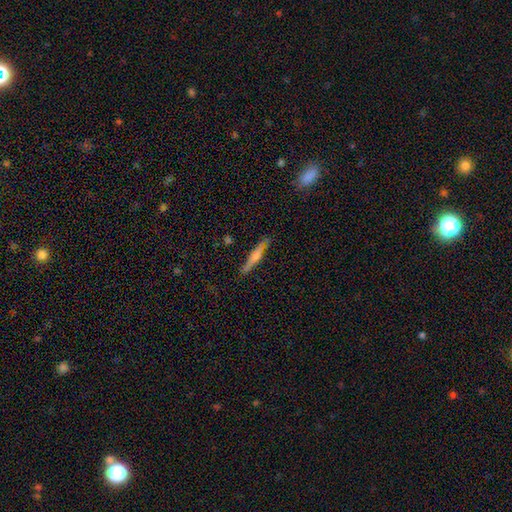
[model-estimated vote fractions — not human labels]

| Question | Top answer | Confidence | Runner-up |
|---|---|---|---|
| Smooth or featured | smooth | 50% | featured or disk (44%) |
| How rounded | cigar-shaped | 92% | in between (6%) |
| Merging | none | 85% | minor disturbance (11%) |